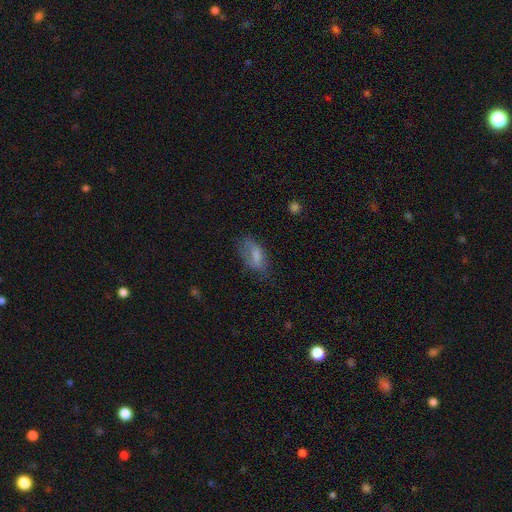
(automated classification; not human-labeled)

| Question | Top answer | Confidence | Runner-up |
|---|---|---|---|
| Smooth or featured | smooth | 69% | featured or disk (22%) |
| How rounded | in between | 86% | cigar-shaped (11%) |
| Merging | none | 51% | minor disturbance (29%) |